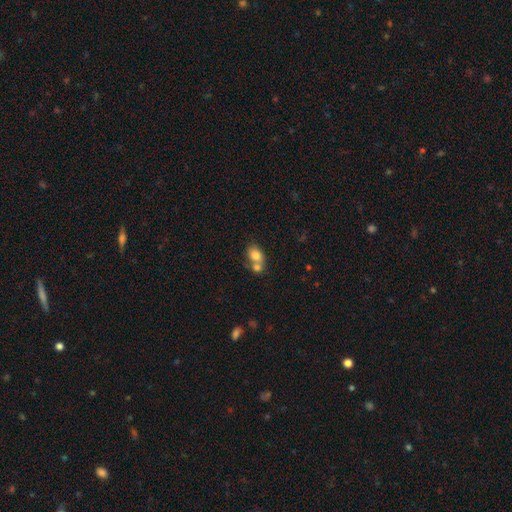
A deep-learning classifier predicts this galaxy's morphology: Smooth or featured? Predicted: smooth (p=0.78). How rounded? Predicted: in between (p=0.65). Merging? Predicted: merger (p=0.55).